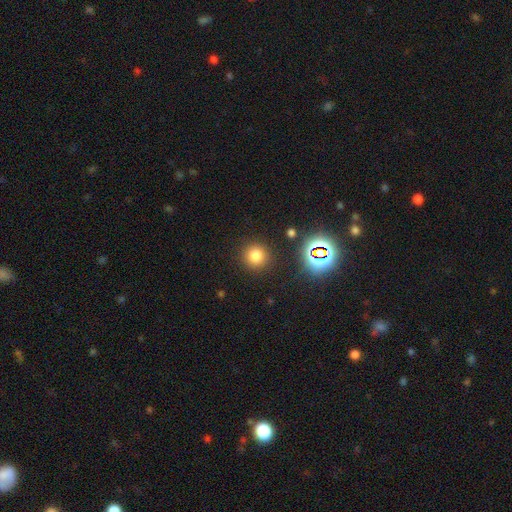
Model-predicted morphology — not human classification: Smooth or featured: smooth — 76% (star or artifact — 18%)
How rounded: round — 94% (in between — 5%)
Merging: none — 89% (minor disturbance — 6%)